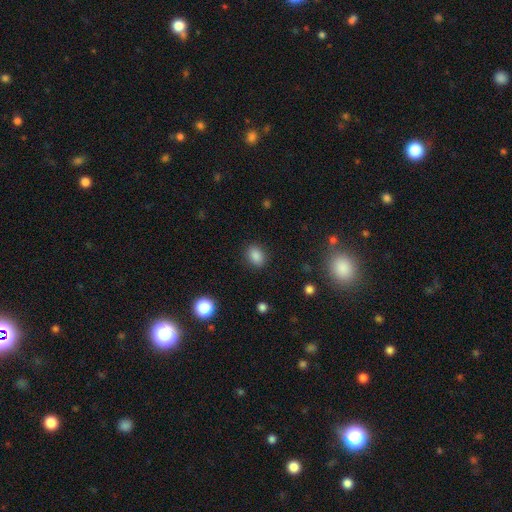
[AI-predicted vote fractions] Overall: smooth (85%). How rounded: in between (61%; round 37%). Merging: none (87%).